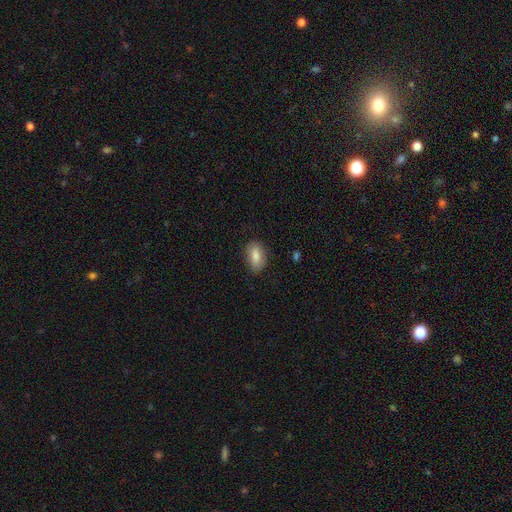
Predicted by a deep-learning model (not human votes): Morphology: type=smooth (82%); roundness=in between (90%); merging=none (80%).